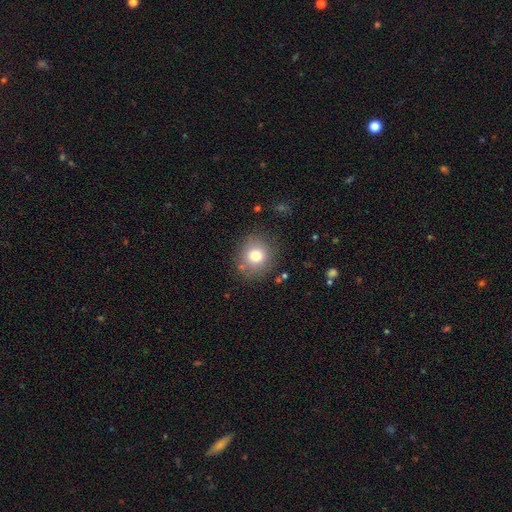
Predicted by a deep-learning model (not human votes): smooth_or_featured: smooth (p=0.76) [alt: star or artifact p=0.12]
how_rounded: round (p=0.87) [alt: in between p=0.12]
merging: none (p=0.82) [alt: minor disturbance p=0.11]